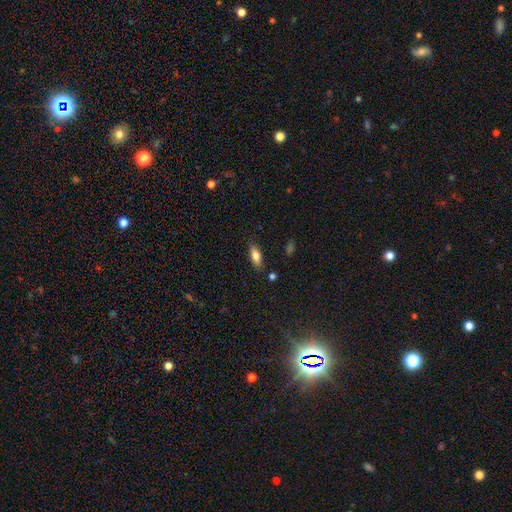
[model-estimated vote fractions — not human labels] A smooth galaxy with no disk features (78%) that is in between round and cigar-shaped (77%).

Vote fractions:
- Smooth or featured? smooth: 78% / featured or disk: 15% / star or artifact: 7%
- How rounded? in between: 77% / cigar-shaped: 21% / round: 3%
- Merging? none: 82% / minor disturbance: 13% / major disturbance: 3% / merger: 2%